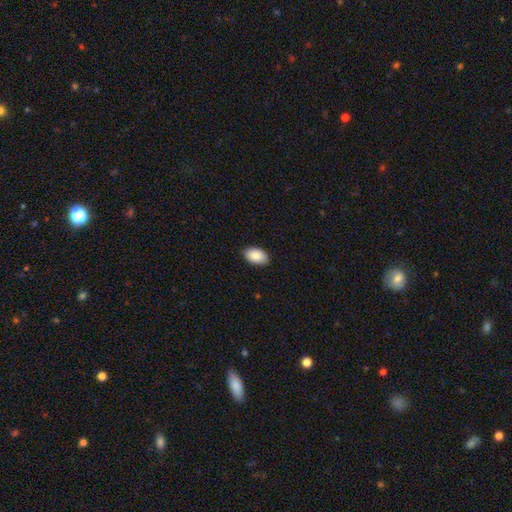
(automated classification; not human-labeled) This is clearly a smooth galaxy (90%). How rounded: clearly in between (94%). Merging: clearly none (89%).